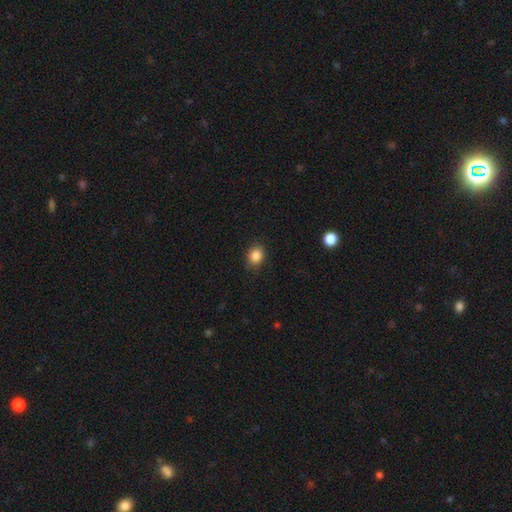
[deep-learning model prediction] Q: Smooth or featured?
A: smooth (85%); runner-up: star or artifact (10%)
Q: How rounded?
A: round (59%); runner-up: in between (40%)
Q: Merging?
A: none (81%); runner-up: minor disturbance (15%)